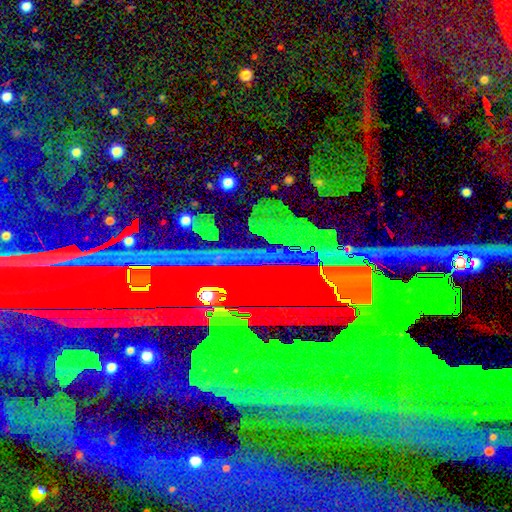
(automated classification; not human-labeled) Smooth or featured? star or artifact (74%)